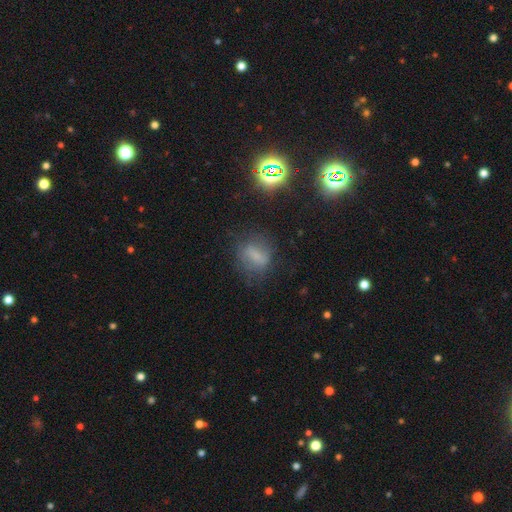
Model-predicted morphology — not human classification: Smooth or featured? Predicted: smooth (p=0.53). How rounded? Predicted: in between (p=0.51). Merging? Predicted: none (p=0.68).